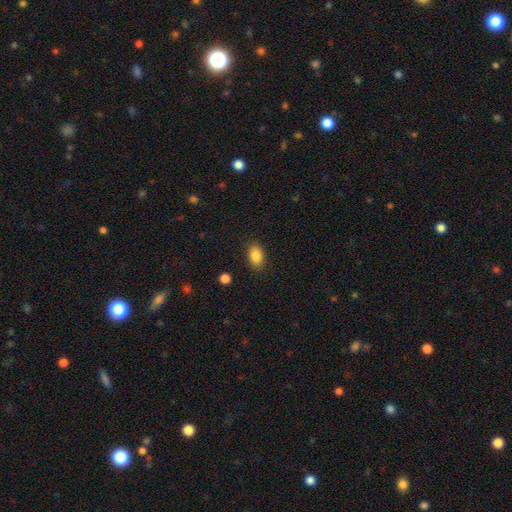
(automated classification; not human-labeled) smooth 87%, star or artifact 8%, featured or disk 5%. Down the decision tree: how rounded — in between (85%); merging — none (87%).